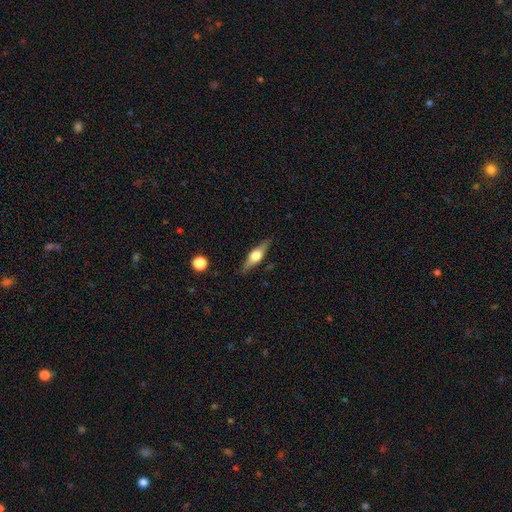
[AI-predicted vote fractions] This is likely a featured or disk galaxy (63%). It is clearly viewed edge-on (95%). Edge-on bulge: clearly rounded (93%). Merging: clearly none (87%).